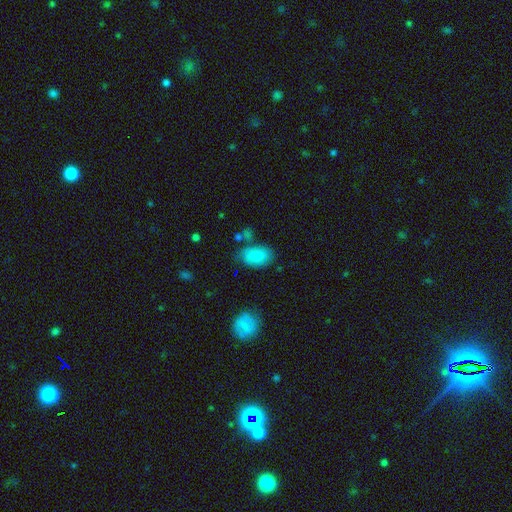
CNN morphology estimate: Smooth or featured? Predicted: smooth (p=0.85). How rounded? Predicted: in between (p=0.91). Merging? Predicted: none (p=0.65).